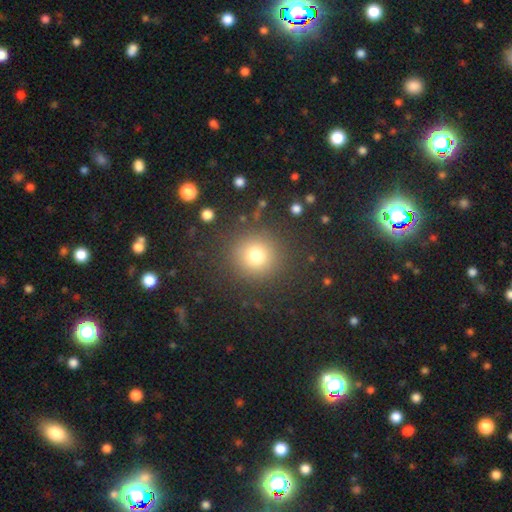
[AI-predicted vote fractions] Smooth or featured?
  - smooth: 76% *
  - star or artifact: 16%
  - featured or disk: 9%
How rounded?
  - round: 93% *
  - in between: 6%
  - cigar-shaped: 1%
Merging?
  - none: 87% *
  - minor disturbance: 7%
  - major disturbance: 4%
  - merger: 2%